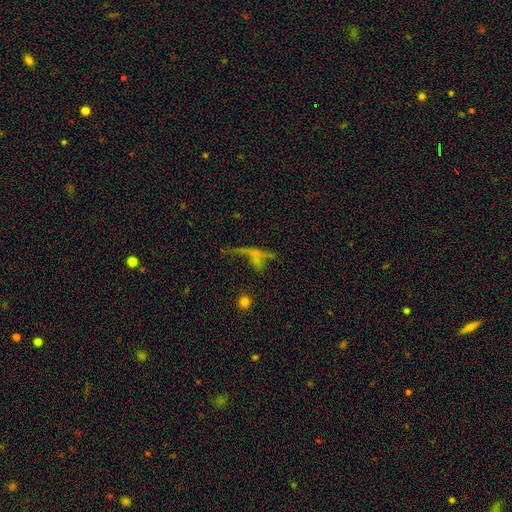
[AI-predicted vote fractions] Overall: featured or disk (37%; smooth 34%). Merging: none (39%; major disturbance 27%).